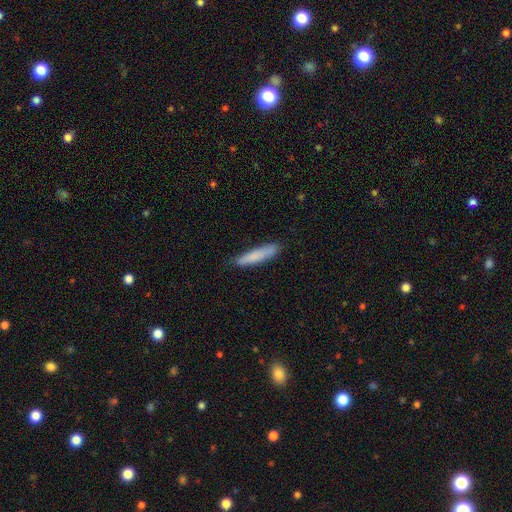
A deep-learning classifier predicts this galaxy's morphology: Smooth or featured? Predicted: smooth (p=0.81). How rounded? Predicted: cigar-shaped (p=0.89). Merging? Predicted: none (p=0.83).